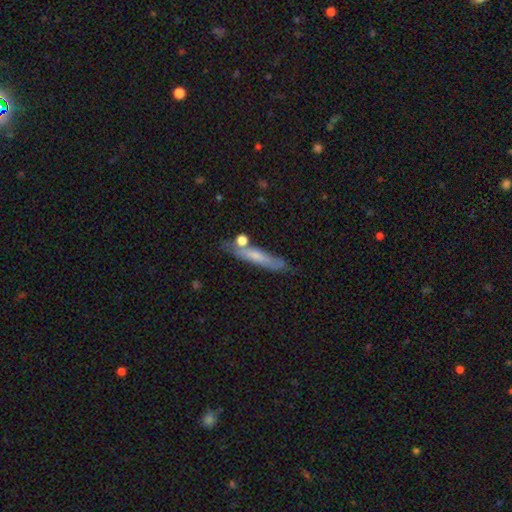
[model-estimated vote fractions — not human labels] Smooth or featured? Predicted: smooth (p=0.58). How rounded? Predicted: cigar-shaped (p=0.87). Merging? Predicted: none (p=0.65).